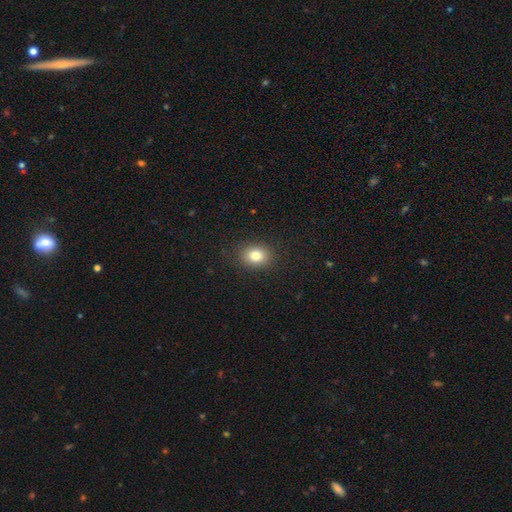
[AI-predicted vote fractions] Overall: smooth (80%). How rounded: in between (52%; round 47%). Merging: none (88%).